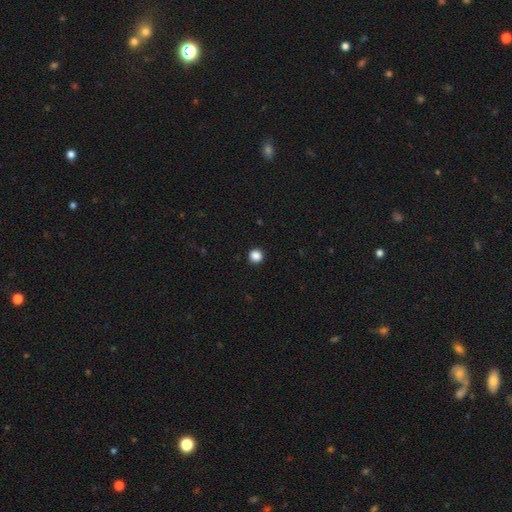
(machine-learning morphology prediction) This appears to be a smooth galaxy with no disk features (87%) that is round (95%). Merging: none (94%).